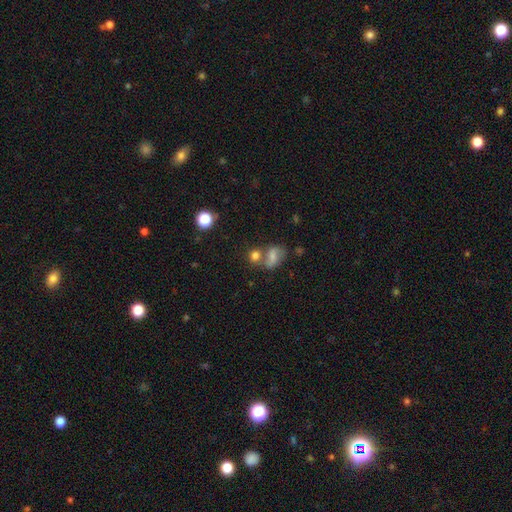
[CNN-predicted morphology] A smooth galaxy with no disk features (69%) that is round (63%).

Vote fractions:
- Smooth or featured? smooth: 69% / featured or disk: 18% / star or artifact: 13%
- How rounded? round: 63% / in between: 35% / cigar-shaped: 2%
- Merging? none: 45% / merger: 39% / minor disturbance: 11% / major disturbance: 5%